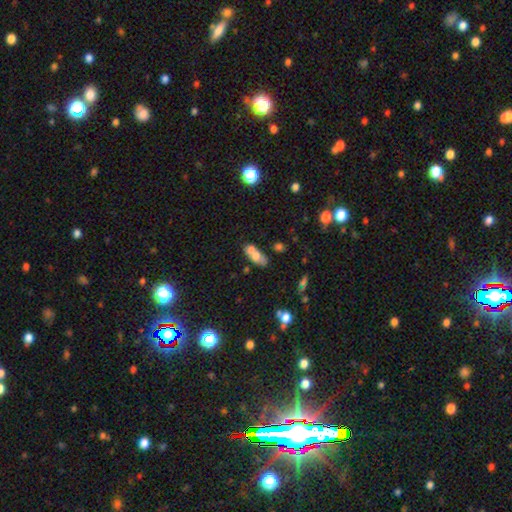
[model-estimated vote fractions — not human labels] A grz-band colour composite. It shows a smooth galaxy with no disk features (61%) that is in between round and cigar-shaped (73%). Merging: merger (49%).